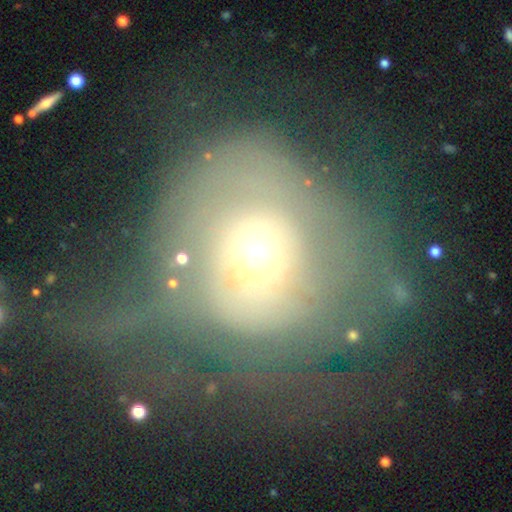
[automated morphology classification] The model was most divided on "smooth or featured": featured or disk: 45%, smooth: 43%, star or artifact: 12%. More confident: merging — major disturbance (55%).